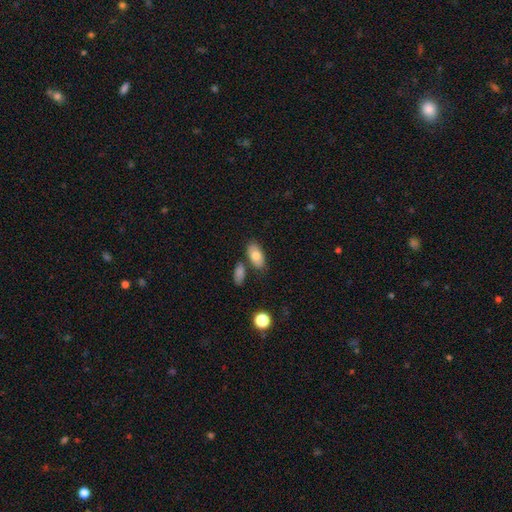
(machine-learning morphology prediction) Smooth or featured: smooth — 77% (featured or disk — 16%)
How rounded: in between — 92% (round — 4%)
Merging: none — 75% (minor disturbance — 12%)